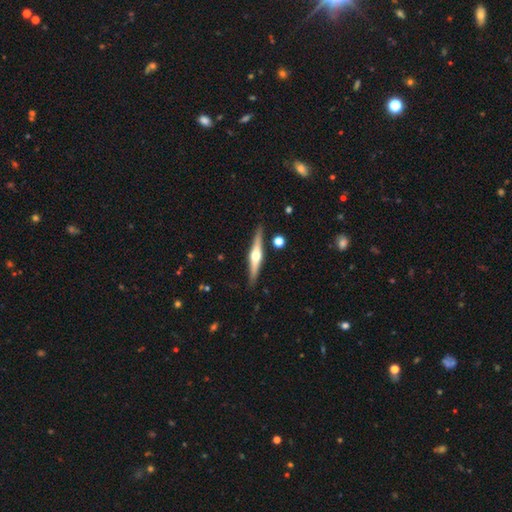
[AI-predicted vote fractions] Q: Smooth or featured?
A: featured or disk (73%); runner-up: smooth (22%)
Q: Edge-on disk?
A: yes (97%); runner-up: no (3%)
Q: Edge-on bulge?
A: rounded (94%); runner-up: boxy (3%)
Q: Merging?
A: none (88%); runner-up: minor disturbance (8%)